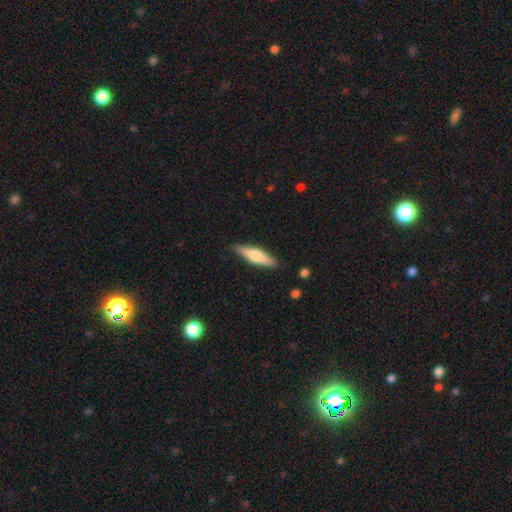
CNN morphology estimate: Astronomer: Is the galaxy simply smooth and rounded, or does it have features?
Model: smooth — 55% (runner-up: featured or disk, 39%).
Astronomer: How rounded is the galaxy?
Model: cigar-shaped — 67%.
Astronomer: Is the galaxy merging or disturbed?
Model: none — 87%.